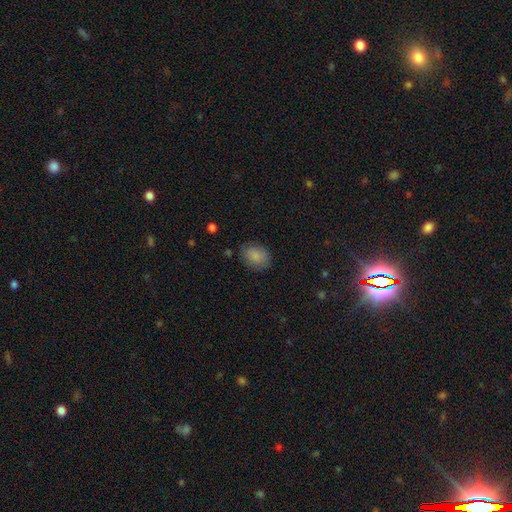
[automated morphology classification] A smooth galaxy with no disk features (85%) that is in between round and cigar-shaped (70%). Merging: none (79%).